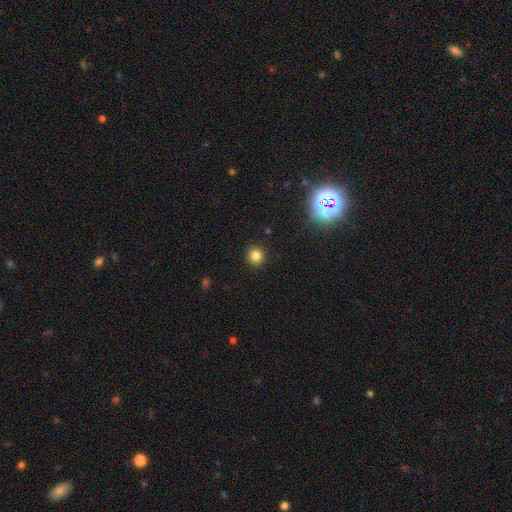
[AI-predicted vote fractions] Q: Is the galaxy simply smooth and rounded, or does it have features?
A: smooth — 82%.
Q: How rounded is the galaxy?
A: round — 92%.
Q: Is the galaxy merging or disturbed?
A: none — 91%.